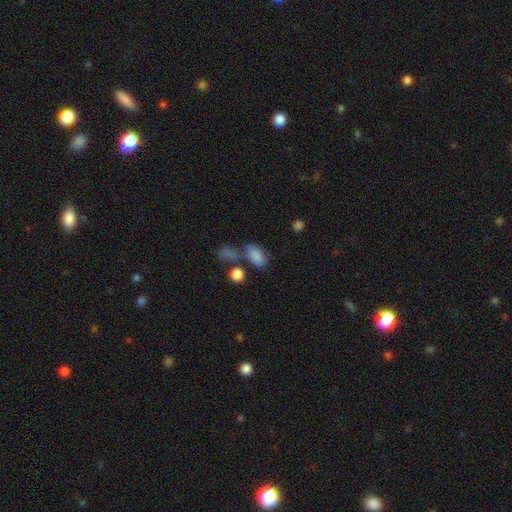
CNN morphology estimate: Q: Smooth or featured?
A: smooth (83%); runner-up: star or artifact (10%)
Q: How rounded?
A: in between (87%); runner-up: round (10%)
Q: Merging?
A: none (50%); runner-up: merger (25%)